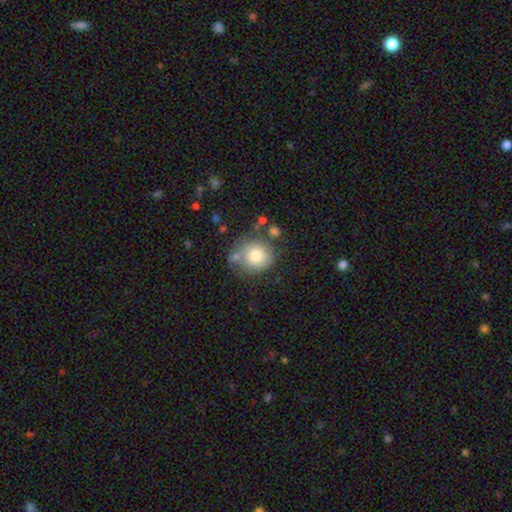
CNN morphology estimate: smooth 77%, featured or disk 15%, star or artifact 8%. Down the decision tree: how rounded — round (86%); merging — none (60%).